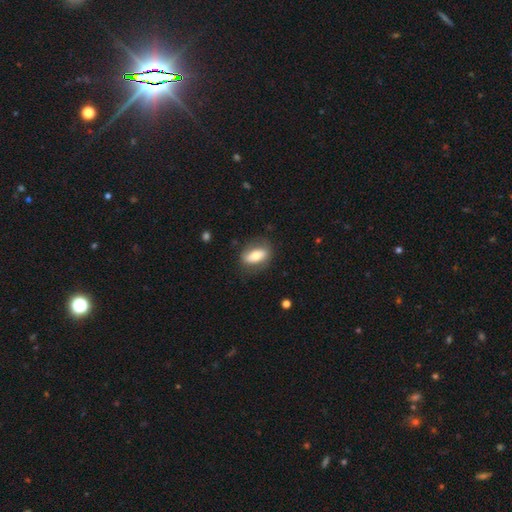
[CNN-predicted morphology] A smooth galaxy with no disk features (66%) that is in between round and cigar-shaped (82%).

Vote fractions:
- Smooth or featured? smooth: 66% / featured or disk: 27% / star or artifact: 7%
- How rounded? in between: 82% / cigar-shaped: 12% / round: 7%
- Merging? none: 78% / minor disturbance: 15% / major disturbance: 5% / merger: 1%